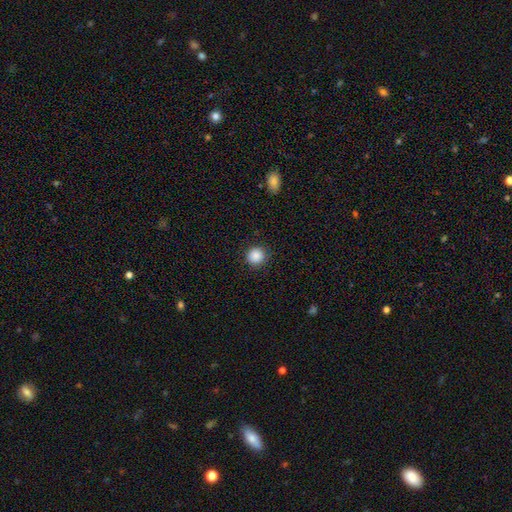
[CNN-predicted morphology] smooth_or_featured: smooth (p=0.88) [alt: star or artifact p=0.09]
how_rounded: round (p=0.92) [alt: in between p=0.07]
merging: none (p=0.91) [alt: minor disturbance p=0.06]